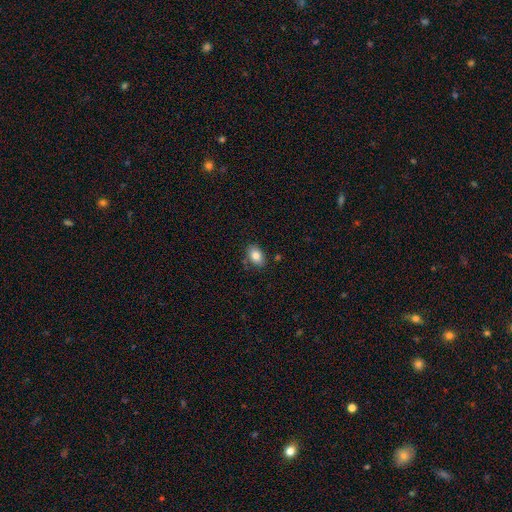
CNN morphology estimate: Smooth or featured: smooth — 83% (featured or disk — 9%)
How rounded: in between — 84% (round — 14%)
Merging: none — 82% (minor disturbance — 12%)